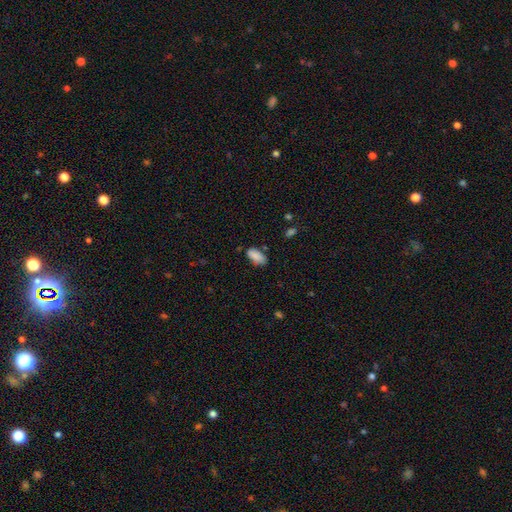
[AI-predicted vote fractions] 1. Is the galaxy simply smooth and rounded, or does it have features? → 88% smooth, 7% star or artifact, 5% featured or disk.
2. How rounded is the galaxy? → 92% in between, 6% cigar-shaped, 2% round.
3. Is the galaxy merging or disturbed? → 75% none, 18% minor disturbance, 4% major disturbance, 3% merger.